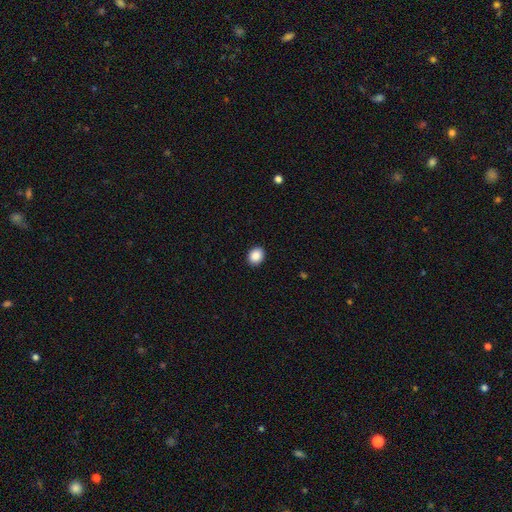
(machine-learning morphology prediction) Smooth or featured: smooth — 88% (star or artifact — 9%)
How rounded: round — 55% (in between — 44%)
Merging: none — 91% (minor disturbance — 6%)